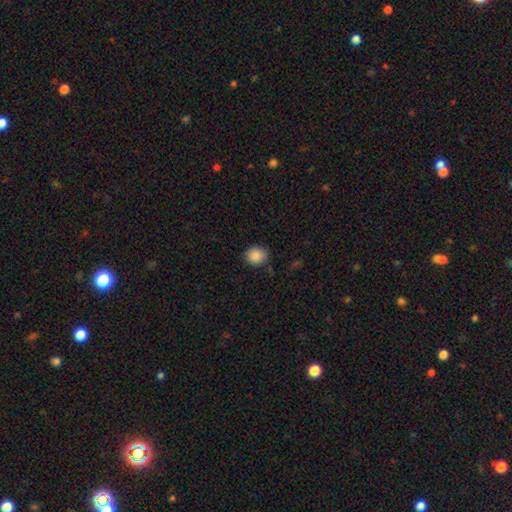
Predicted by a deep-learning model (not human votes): The model was most divided on "how rounded": round: 74%, in between: 25%, cigar-shaped: 1%. More confident: smooth or featured — smooth (88%); merging — none (83%).